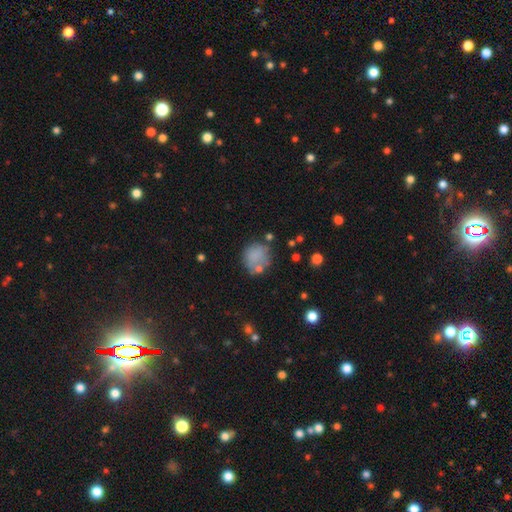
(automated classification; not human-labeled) A smooth galaxy with no disk features (75%) that is round (85%).

Vote fractions:
- Smooth or featured? smooth: 75% / featured or disk: 14% / star or artifact: 11%
- How rounded? round: 85% / in between: 15% / cigar-shaped: 1%
- Merging? none: 60% / minor disturbance: 20% / major disturbance: 11% / merger: 9%